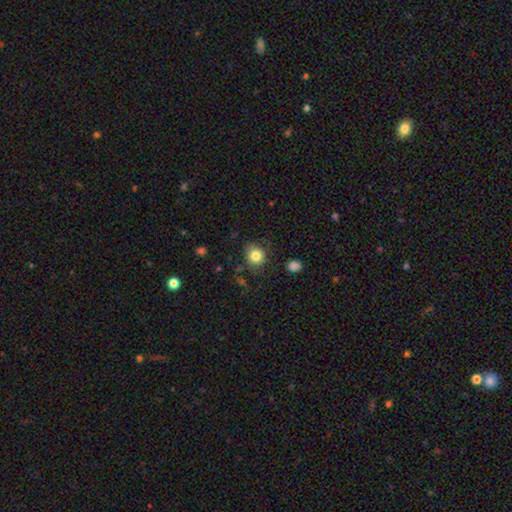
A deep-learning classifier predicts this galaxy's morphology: A smooth galaxy with no disk features (83%) that is round (81%). Merging: none (76%).